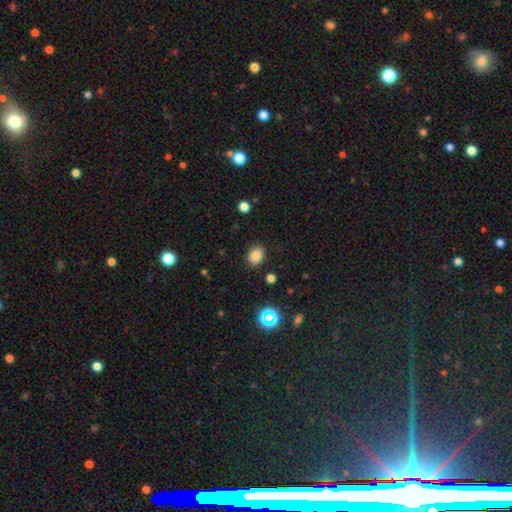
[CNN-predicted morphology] This appears to be a smooth galaxy with no disk features (81%) that is in between round and cigar-shaped (51%). Merging: none (86%).